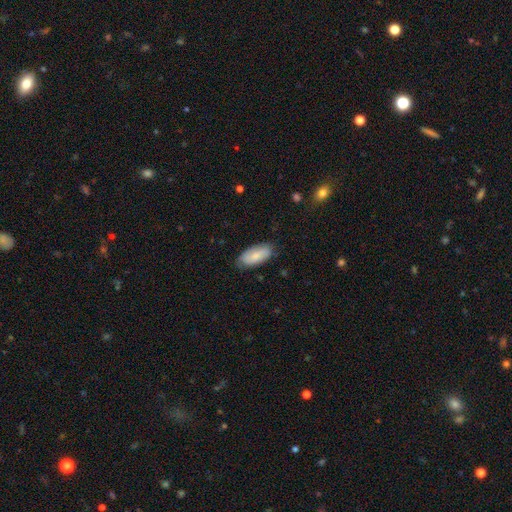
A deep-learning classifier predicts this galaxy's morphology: The model was most divided on "merging": none: 76%, minor disturbance: 19%, major disturbance: 3%, merger: 1%. More confident: how rounded — in between (90%); smooth or featured — smooth (77%).